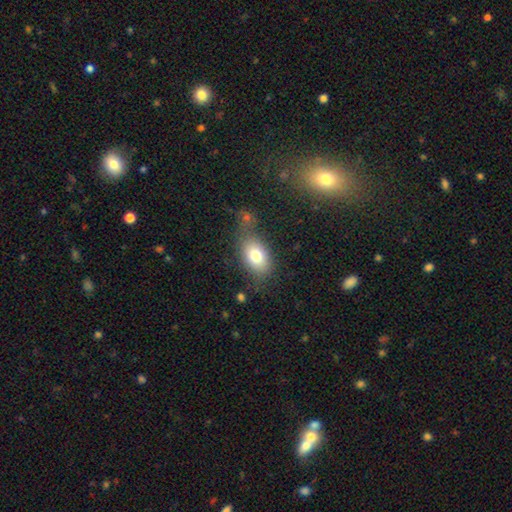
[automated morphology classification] Smooth or featured?
  - smooth: 77% *
  - featured or disk: 14%
  - star or artifact: 9%
How rounded?
  - in between: 82% *
  - round: 16%
  - cigar-shaped: 2%
Merging?
  - none: 63% *
  - minor disturbance: 19%
  - merger: 10%
  - major disturbance: 9%